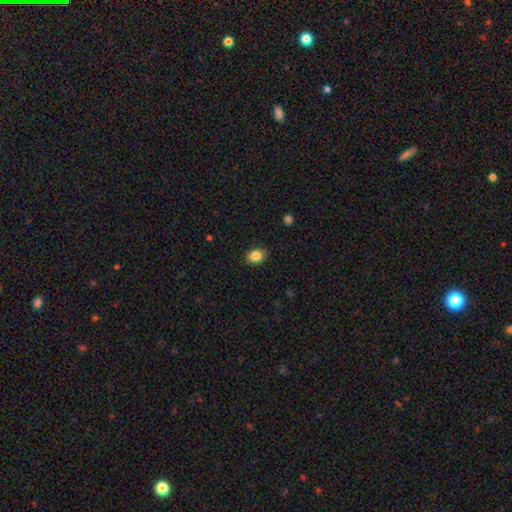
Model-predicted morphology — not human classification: type=smooth (86%); roundness=in between (60%); merging=none (88%).